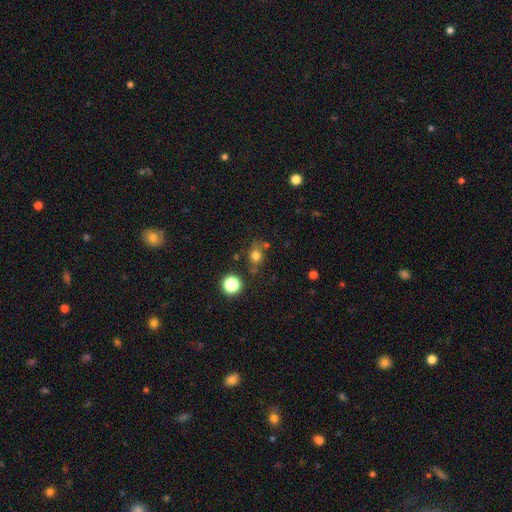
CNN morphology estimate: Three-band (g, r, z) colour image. It shows a smooth galaxy with no disk features (75%) that is round (60%). Merging: none (66%).